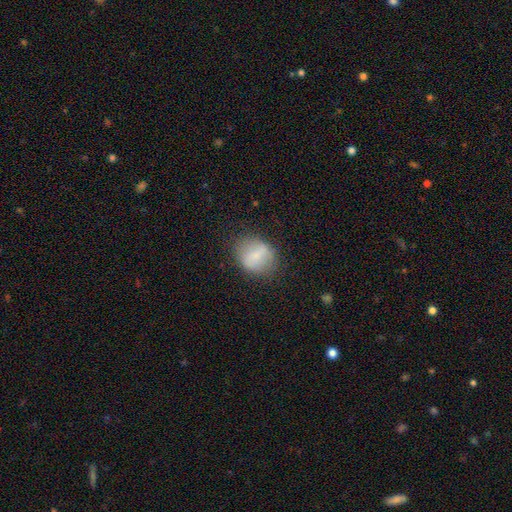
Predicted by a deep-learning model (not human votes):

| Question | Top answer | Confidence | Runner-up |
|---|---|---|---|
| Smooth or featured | smooth | 64% | featured or disk (27%) |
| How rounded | round | 60% | in between (38%) |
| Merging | none | 74% | minor disturbance (18%) |